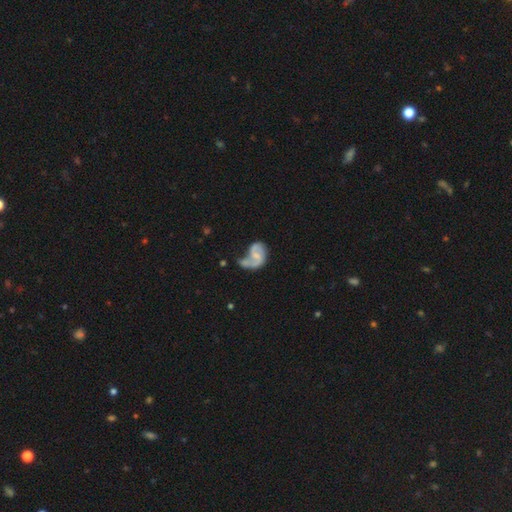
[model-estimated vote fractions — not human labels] Overall: featured or disk (73%). Edge-on disk: no (98%). Bar: weak (45%; no 41%). Spiral arms: yes (86%). Spiral arm count: 2 (66%; 1 26%). Spiral winding: loose (47%; medium 38%). Bulge size: small (49%; none 31%). Merging: major disturbance (33%; none 27%).